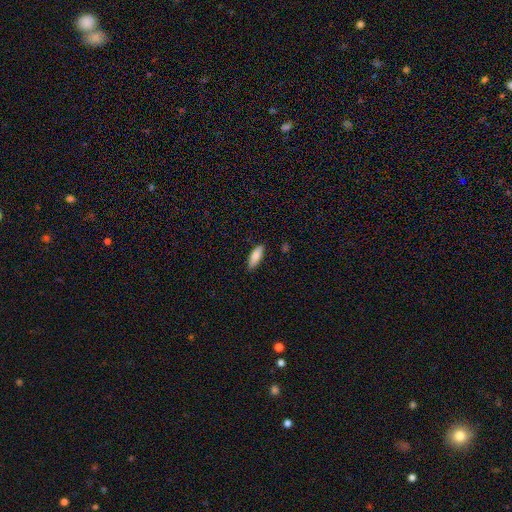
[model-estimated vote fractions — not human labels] smooth_or_featured: smooth (p=0.80) [alt: featured or disk p=0.14]
how_rounded: in between (p=0.61) [alt: cigar-shaped p=0.37]
merging: none (p=0.85) [alt: minor disturbance p=0.12]